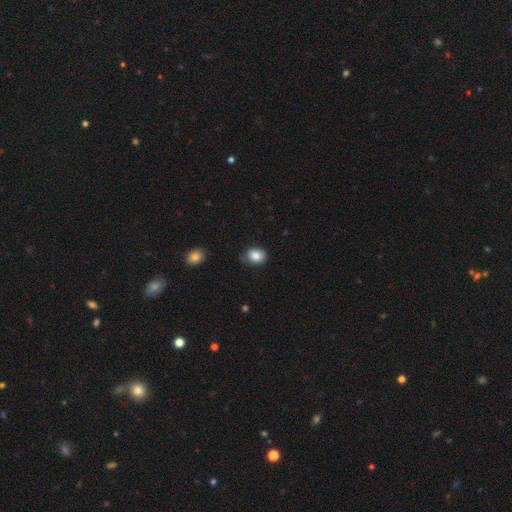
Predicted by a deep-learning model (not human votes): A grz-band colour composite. It shows a smooth galaxy with no disk features (85%) that is in between round and cigar-shaped (55%). Merging: none (73%).